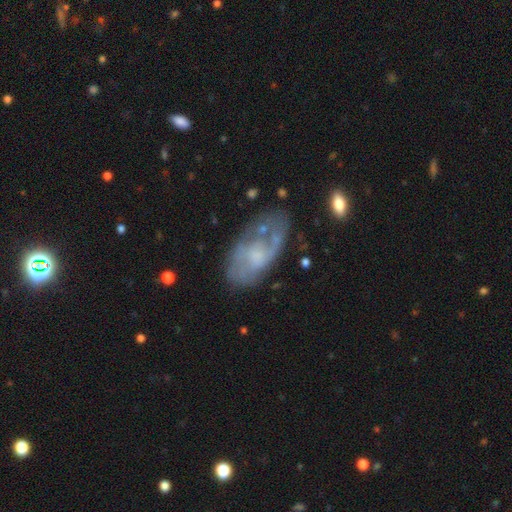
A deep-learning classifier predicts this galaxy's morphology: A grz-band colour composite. It shows a featured or disk galaxy (62%) with no bar (74%), spiral arms (56%) and a small central bulge (35%). Merging: none (52%).